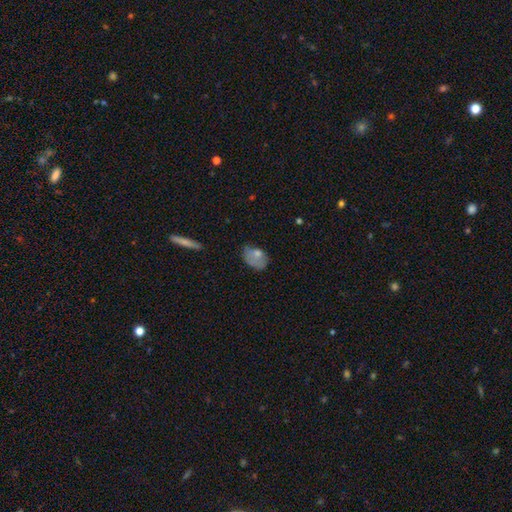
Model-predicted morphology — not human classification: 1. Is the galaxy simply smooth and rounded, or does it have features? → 70% smooth, 21% featured or disk, 9% star or artifact.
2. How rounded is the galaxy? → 81% in between, 18% round, 1% cigar-shaped.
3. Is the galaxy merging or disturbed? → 37% none, 35% minor disturbance, 23% major disturbance, 5% merger.